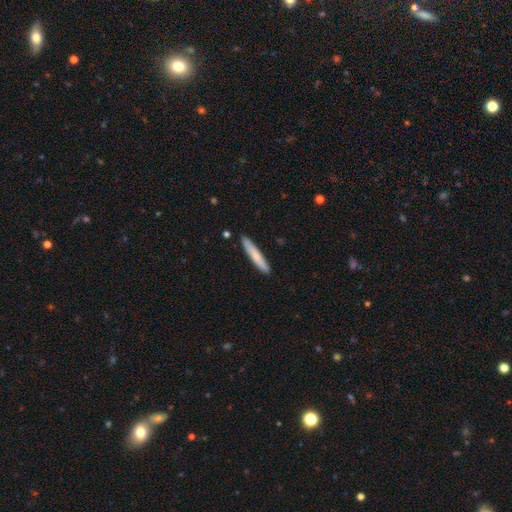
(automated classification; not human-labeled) smooth_or_featured: smooth (p=0.74) [alt: featured or disk p=0.21]
how_rounded: cigar-shaped (p=0.94) [alt: in between p=0.05]
merging: none (p=0.90) [alt: minor disturbance p=0.08]